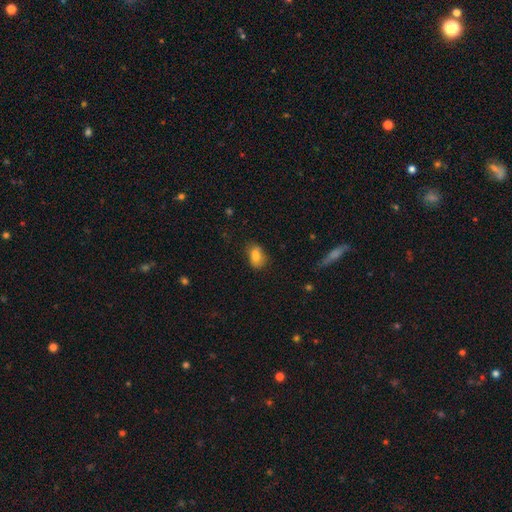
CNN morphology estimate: smooth 77%, featured or disk 13%, star or artifact 10%. Down the decision tree: how rounded — in between (77%); merging — none (50%).